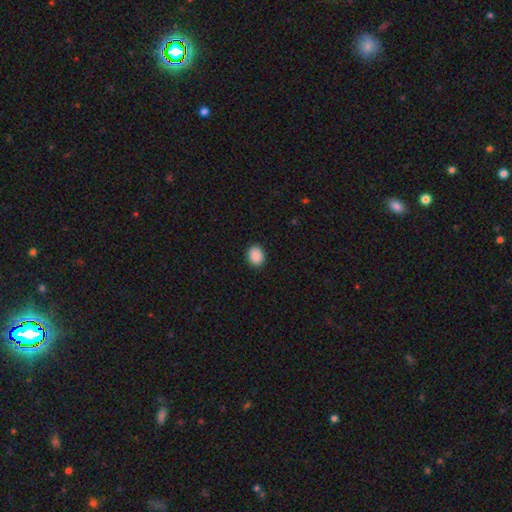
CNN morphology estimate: smooth_or_featured: smooth (p=0.90) [alt: star or artifact p=0.08]
how_rounded: round (p=0.52) [alt: in between p=0.48]
merging: none (p=0.91) [alt: minor disturbance p=0.07]